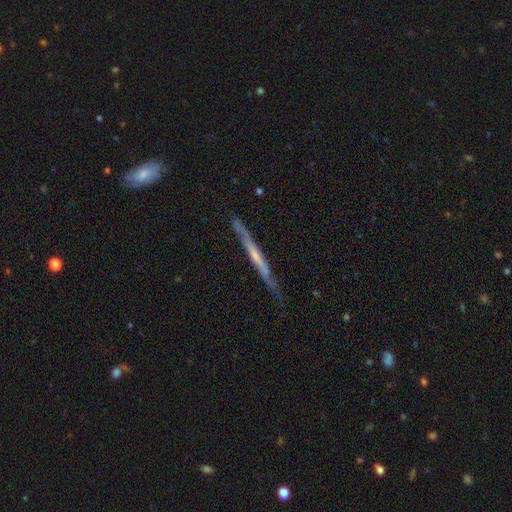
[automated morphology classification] type=featured or disk (67%); edge-on=yes (95%); edge-on bulge=none (70%); merging=none (79%).